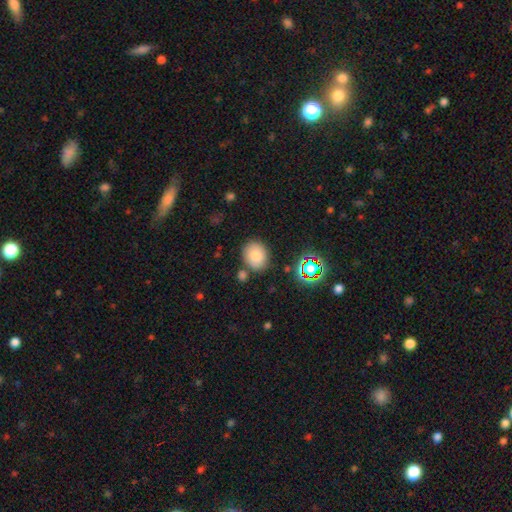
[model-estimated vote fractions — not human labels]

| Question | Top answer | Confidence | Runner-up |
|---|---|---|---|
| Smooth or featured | smooth | 79% | star or artifact (12%) |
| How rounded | round | 61% | in between (38%) |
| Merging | none | 78% | minor disturbance (11%) |